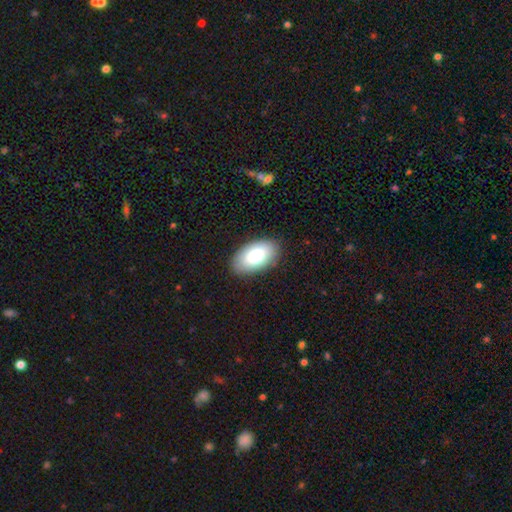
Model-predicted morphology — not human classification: This is clearly a smooth galaxy (81%). How rounded: clearly in between (95%). Merging: clearly none (87%).